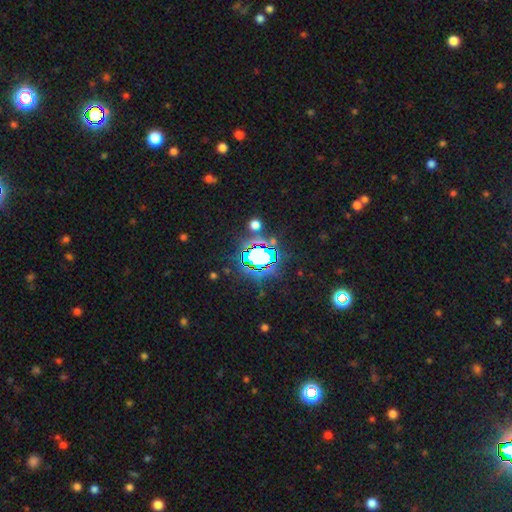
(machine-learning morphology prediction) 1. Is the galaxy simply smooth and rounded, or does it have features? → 72% star or artifact, 17% smooth, 11% featured or disk.